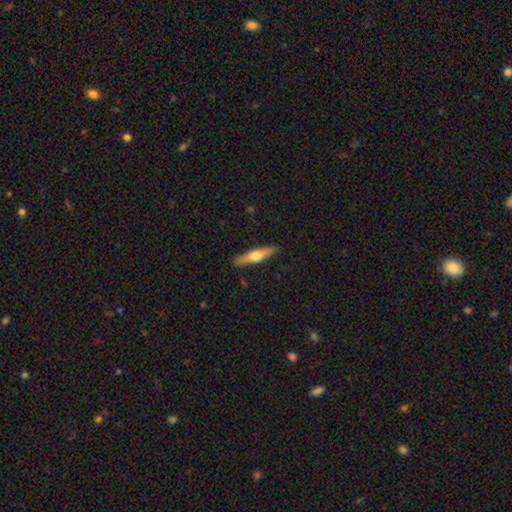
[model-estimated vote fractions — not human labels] smooth-or-featured: featured or disk: 53% | smooth: 42% | star or artifact: 5%
  disk-edge-on: yes: 93% | no: 7%
  merging: none: 90% | minor disturbance: 8% | major disturbance: 2% | merger: 1%